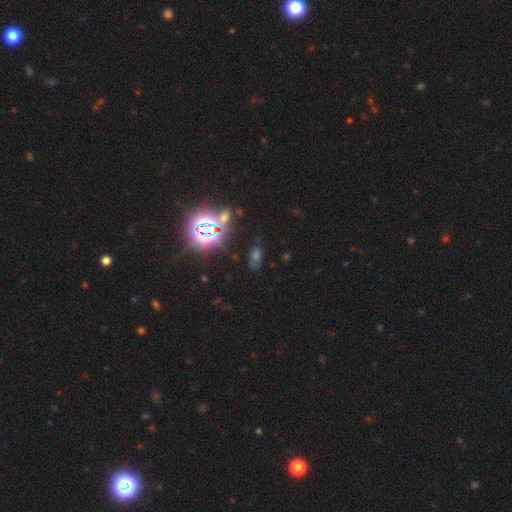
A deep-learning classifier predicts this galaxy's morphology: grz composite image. It shows a star or artifact, not a galaxy (57%).